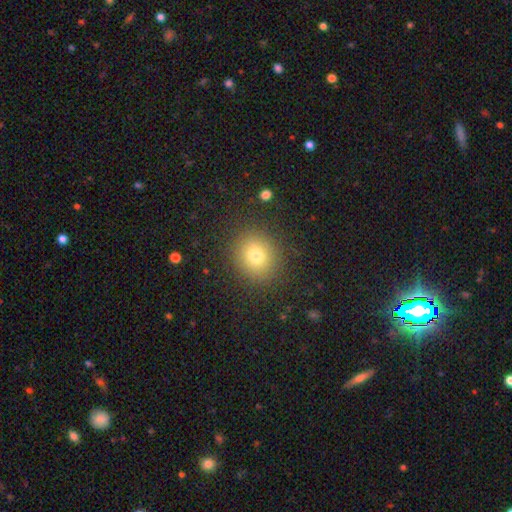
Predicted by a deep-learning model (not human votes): Smooth or featured? smooth (75%)
How rounded? round (83%)
Merging? none (88%)